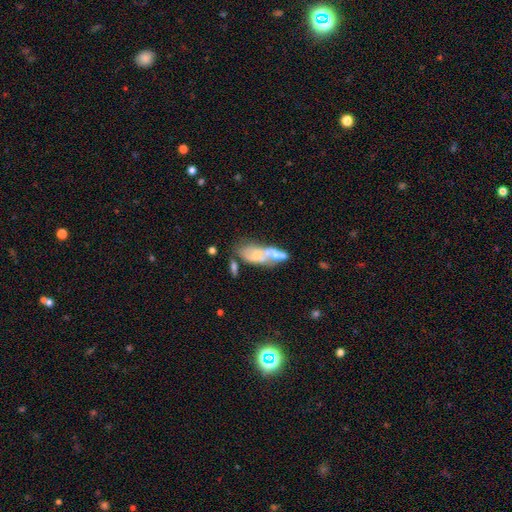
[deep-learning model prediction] Overall: featured or disk (52%; smooth 39%). Edge-on disk: no (91%). Merging: merger (51%; none 21%).